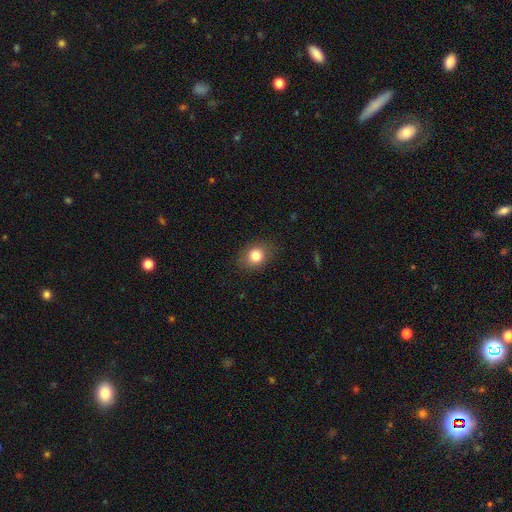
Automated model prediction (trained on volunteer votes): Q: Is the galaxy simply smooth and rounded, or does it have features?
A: smooth — 82%.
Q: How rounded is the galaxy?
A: round — 54%.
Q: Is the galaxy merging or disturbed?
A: none — 83%.